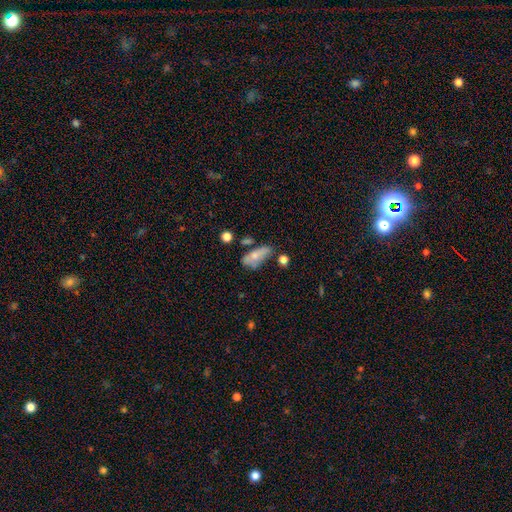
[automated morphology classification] Q: Smooth or featured?
A: smooth (65%); runner-up: featured or disk (26%)
Q: How rounded?
A: in between (78%); runner-up: cigar-shaped (17%)
Q: Merging?
A: none (38%); runner-up: minor disturbance (28%)